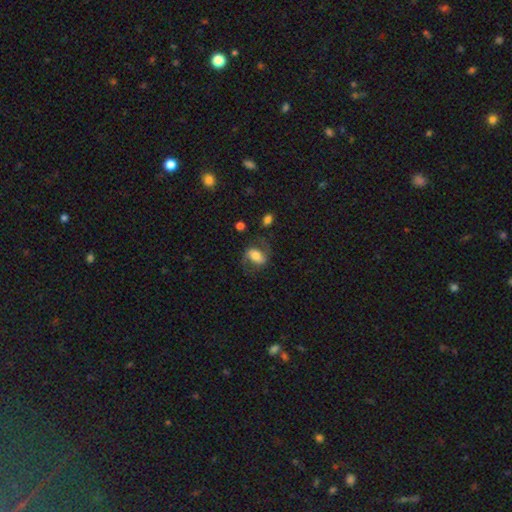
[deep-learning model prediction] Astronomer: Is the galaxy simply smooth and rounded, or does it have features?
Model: featured or disk — 51% (runner-up: smooth, 41%).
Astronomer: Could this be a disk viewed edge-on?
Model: no — 94%.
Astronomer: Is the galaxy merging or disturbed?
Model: none — 62%.